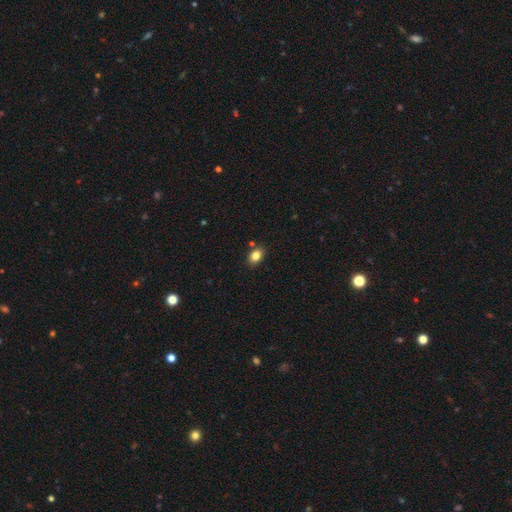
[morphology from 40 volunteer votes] Smooth or featured? smooth (82%)
How rounded? in between (58%)
Merging? none (78%)